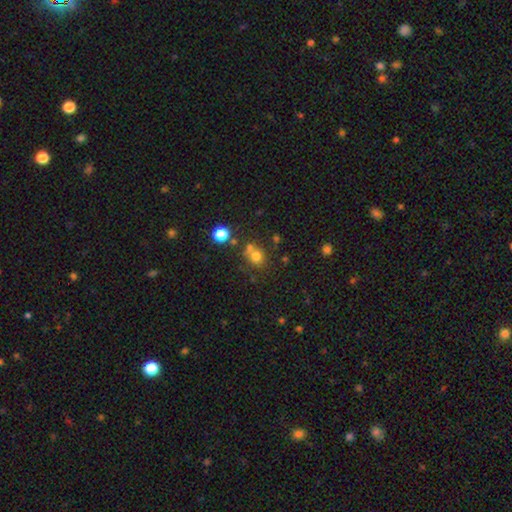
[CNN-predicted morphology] smooth_or_featured: smooth (p=0.71) [alt: star or artifact p=0.18]
how_rounded: round (p=0.76) [alt: in between p=0.23]
merging: none (p=0.51) [alt: merger p=0.31]